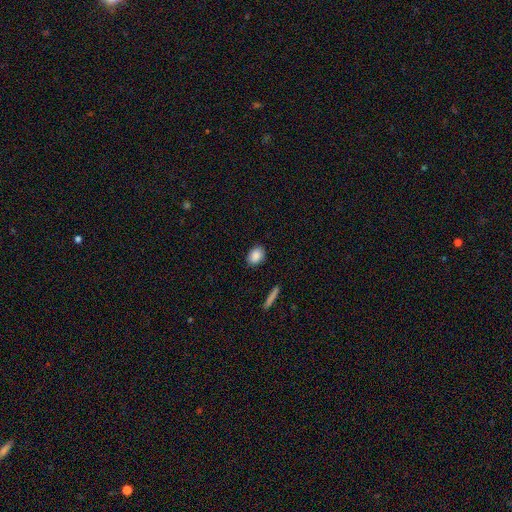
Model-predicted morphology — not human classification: A smooth galaxy with no disk features (88%) that is in between round and cigar-shaped (76%). Merging: none (88%).